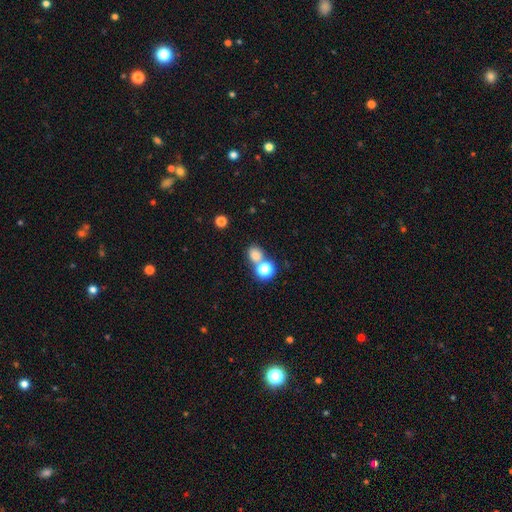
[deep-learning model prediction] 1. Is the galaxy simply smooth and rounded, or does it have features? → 75% smooth, 17% star or artifact, 8% featured or disk.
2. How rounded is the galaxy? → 68% round, 31% in between, 1% cigar-shaped.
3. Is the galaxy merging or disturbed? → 49% none, 39% merger, 8% minor disturbance, 4% major disturbance.